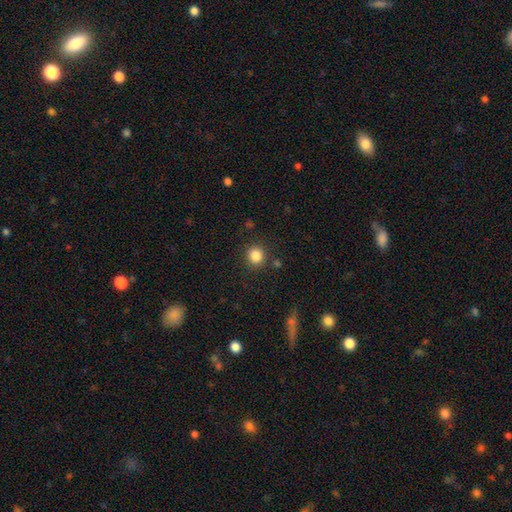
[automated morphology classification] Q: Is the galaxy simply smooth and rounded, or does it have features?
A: smooth — 84%.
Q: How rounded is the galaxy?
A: round — 90%.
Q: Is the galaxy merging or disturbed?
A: none — 87%.